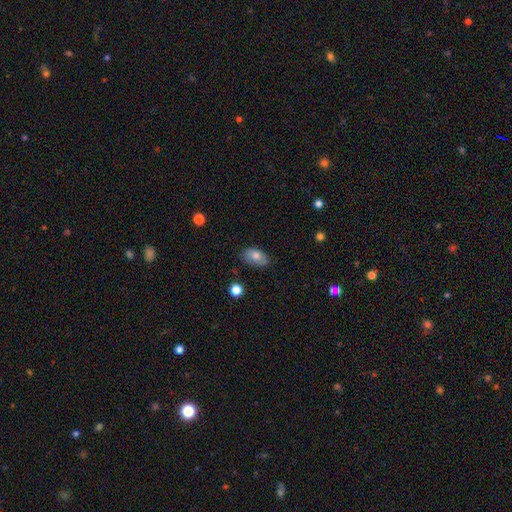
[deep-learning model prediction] Smooth or featured?
  - smooth: 77% *
  - featured or disk: 15%
  - star or artifact: 8%
How rounded?
  - in between: 90% *
  - round: 8%
  - cigar-shaped: 2%
Merging?
  - none: 76% *
  - minor disturbance: 19%
  - major disturbance: 3%
  - merger: 1%